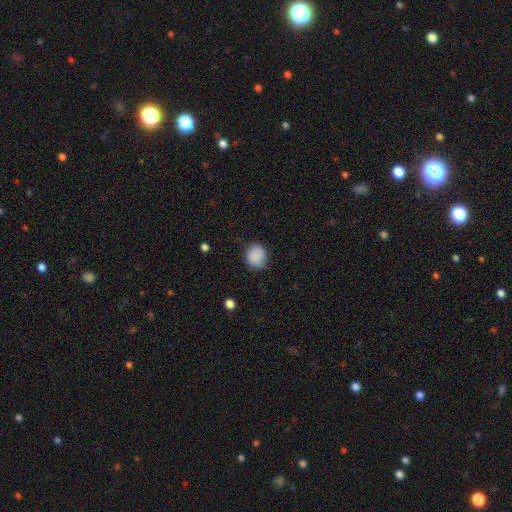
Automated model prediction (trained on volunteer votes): Smooth or featured?
  - smooth: 88% *
  - star or artifact: 8%
  - featured or disk: 4%
How rounded?
  - round: 71% *
  - in between: 28%
  - cigar-shaped: 1%
Merging?
  - none: 80% *
  - minor disturbance: 15%
  - major disturbance: 4%
  - merger: 1%